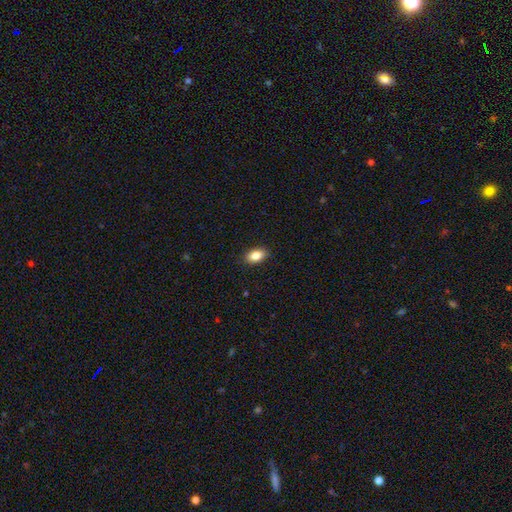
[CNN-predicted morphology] smooth_or_featured: smooth (p=0.86) [alt: star or artifact p=0.08]
how_rounded: in between (p=0.89) [alt: round p=0.09]
merging: none (p=0.89) [alt: minor disturbance p=0.08]